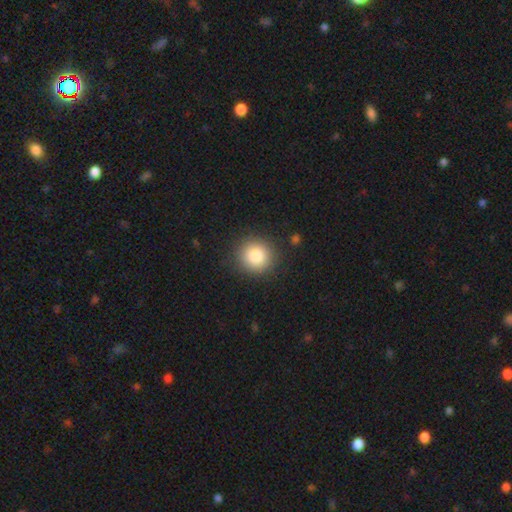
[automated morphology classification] Smooth or featured? Predicted: smooth (p=0.84). How rounded? Predicted: round (p=0.90). Merging? Predicted: none (p=0.89).